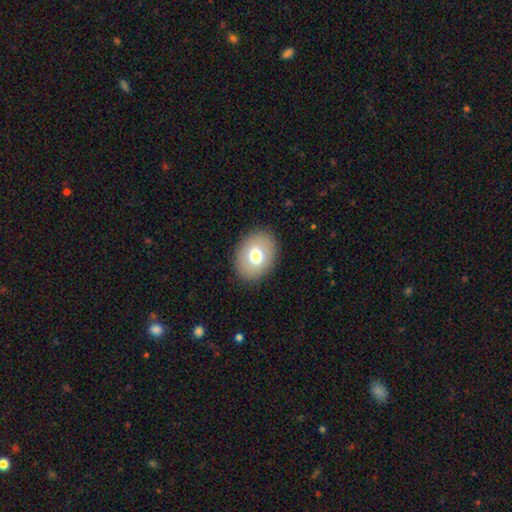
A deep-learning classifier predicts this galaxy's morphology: type=smooth (74%); roundness=in between (64%); merging=none (89%).